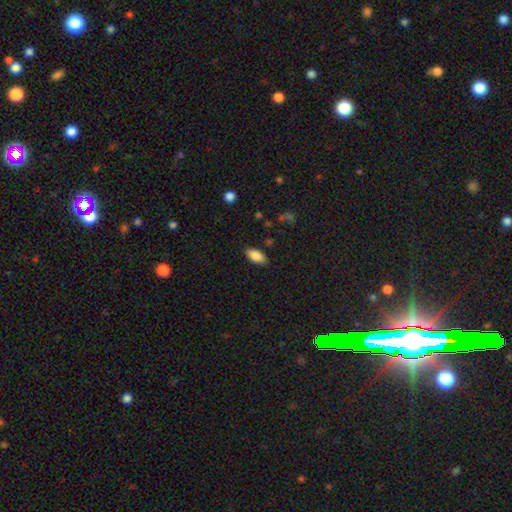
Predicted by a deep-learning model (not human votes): A smooth galaxy with no disk features (86%) that is in between round and cigar-shaped (91%).

Vote fractions:
- Smooth or featured? smooth: 86% / star or artifact: 7% / featured or disk: 6%
- How rounded? in between: 91% / cigar-shaped: 6% / round: 3%
- Merging? none: 85% / minor disturbance: 11% / major disturbance: 3% / merger: 1%